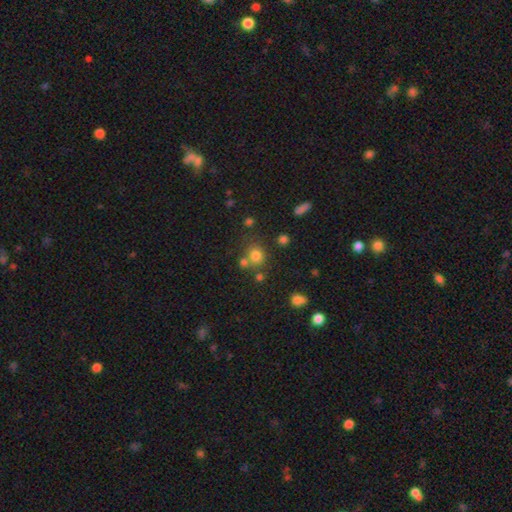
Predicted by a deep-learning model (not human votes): Smooth or featured?
  - smooth: 76% *
  - star or artifact: 16%
  - featured or disk: 8%
How rounded?
  - round: 82% *
  - in between: 17%
  - cigar-shaped: 1%
Merging?
  - none: 63% *
  - merger: 21%
  - minor disturbance: 11%
  - major disturbance: 5%